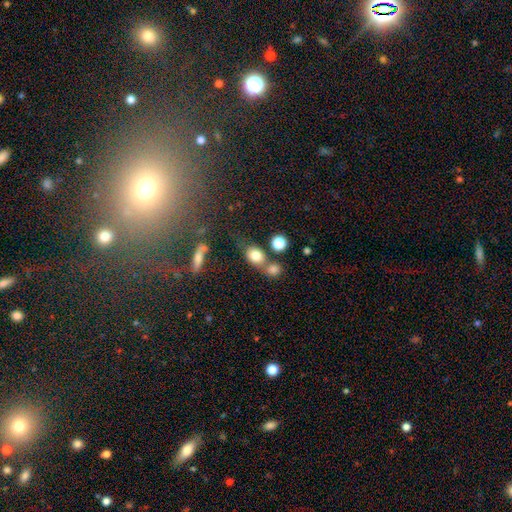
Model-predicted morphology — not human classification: Smooth or featured?
  - smooth: 78% *
  - featured or disk: 11%
  - star or artifact: 11%
How rounded?
  - in between: 49% *
  - round: 48%
  - cigar-shaped: 3%
Merging?
  - none: 43% *
  - merger: 38%
  - minor disturbance: 12%
  - major disturbance: 6%